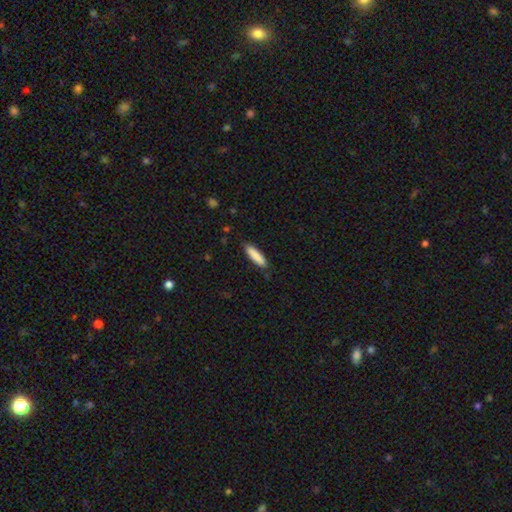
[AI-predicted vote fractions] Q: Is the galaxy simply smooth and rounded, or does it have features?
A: smooth — 87%.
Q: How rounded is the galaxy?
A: cigar-shaped — 71%.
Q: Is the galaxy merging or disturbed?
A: none — 86%.